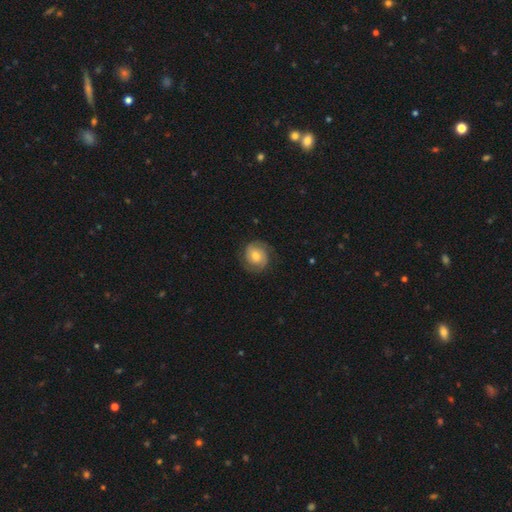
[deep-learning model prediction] A featured or disk galaxy (60%) with no bar (68%), 2 (80%) tight (54%) spiral arms (90%) and a moderate central bulge (60%). Merging: none (79%).